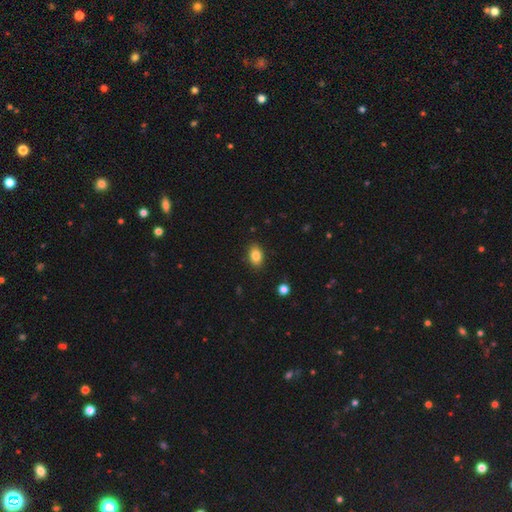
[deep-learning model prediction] Q: Smooth or featured?
A: smooth (84%); runner-up: star or artifact (9%)
Q: How rounded?
A: in between (86%); runner-up: round (13%)
Q: Merging?
A: none (87%); runner-up: minor disturbance (9%)